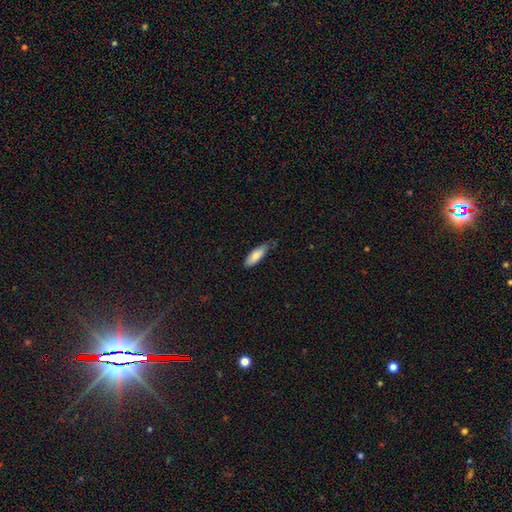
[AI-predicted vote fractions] smooth-or-featured: smooth: 81% | featured or disk: 13% | star or artifact: 6%
  how-rounded: in between: 62% | cigar-shaped: 37% | round: 2%
  merging: none: 69% | minor disturbance: 26% | major disturbance: 3% | merger: 2%